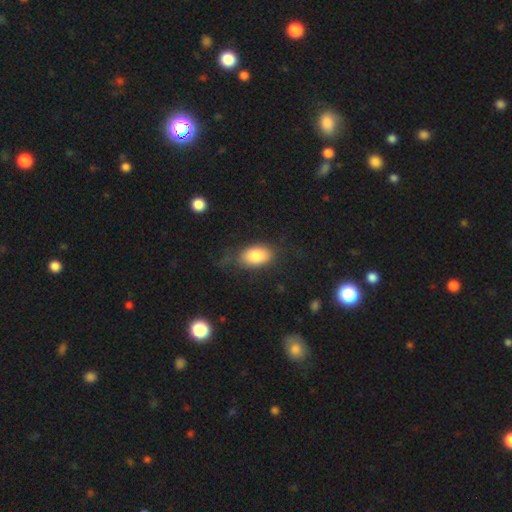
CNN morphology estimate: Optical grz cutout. It shows a smooth galaxy with no disk features (81%) that is in between round and cigar-shaped (90%). Merging: none (69%).